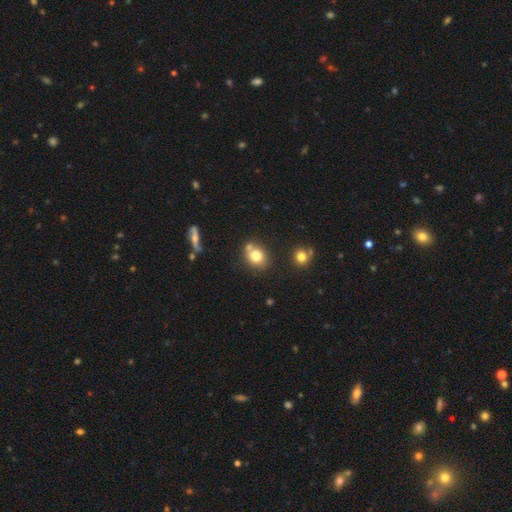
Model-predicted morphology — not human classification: This appears to be a smooth galaxy with no disk features (76%) that is round (64%). Merging: none (60%).